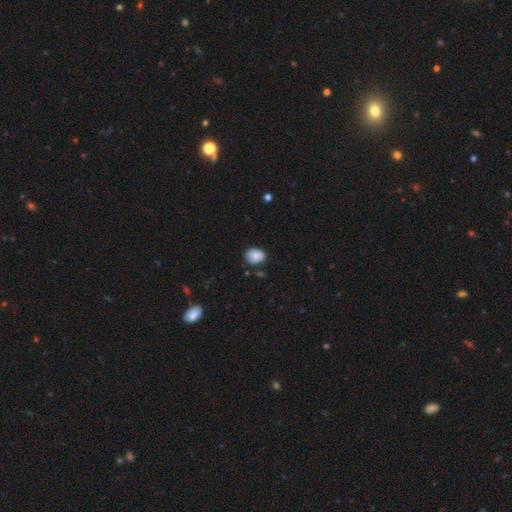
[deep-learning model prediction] Smooth or featured? Predicted: smooth (p=0.87). How rounded? Predicted: in between (p=0.56). Merging? Predicted: none (p=0.76).